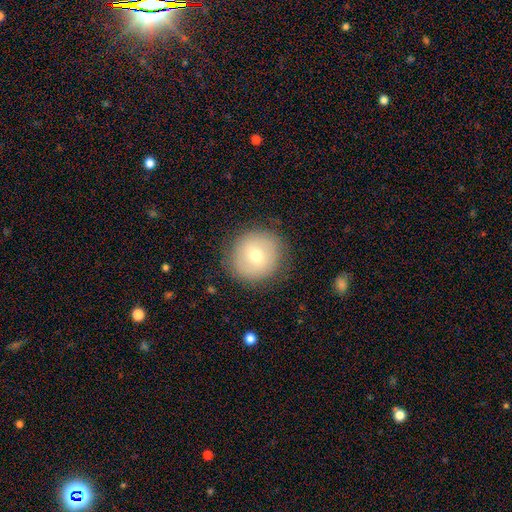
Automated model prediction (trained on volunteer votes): smooth_or_featured: smooth (p=0.65) [alt: featured or disk p=0.25]
how_rounded: round (p=0.91) [alt: in between p=0.08]
merging: none (p=0.85) [alt: minor disturbance p=0.10]